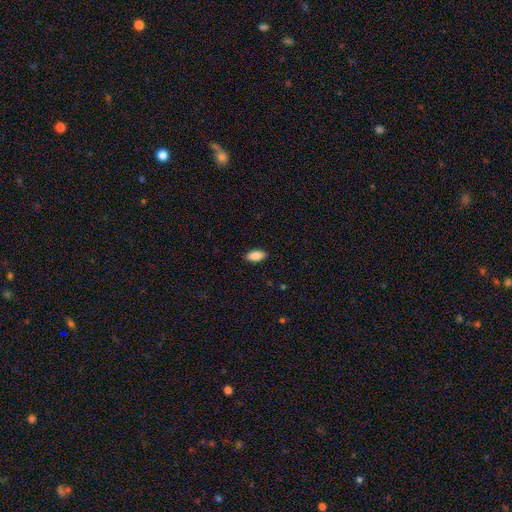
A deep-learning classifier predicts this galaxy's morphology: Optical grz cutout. It shows a smooth galaxy with no disk features (89%) that is in between round and cigar-shaped (90%). Merging: none (89%).